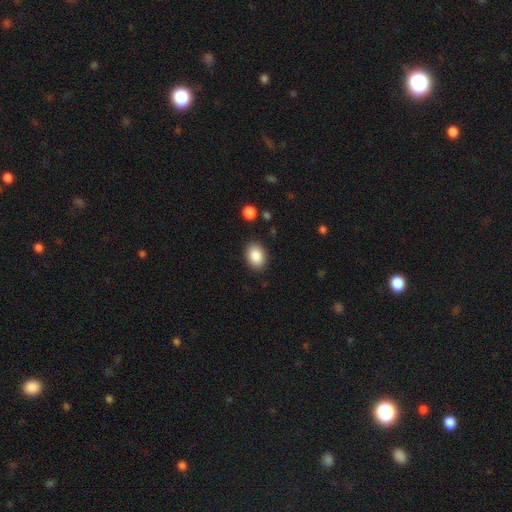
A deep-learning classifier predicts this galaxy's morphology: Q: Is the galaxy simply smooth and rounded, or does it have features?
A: smooth — 87%.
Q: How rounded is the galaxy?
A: in between — 76%.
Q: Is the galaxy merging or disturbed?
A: none — 87%.